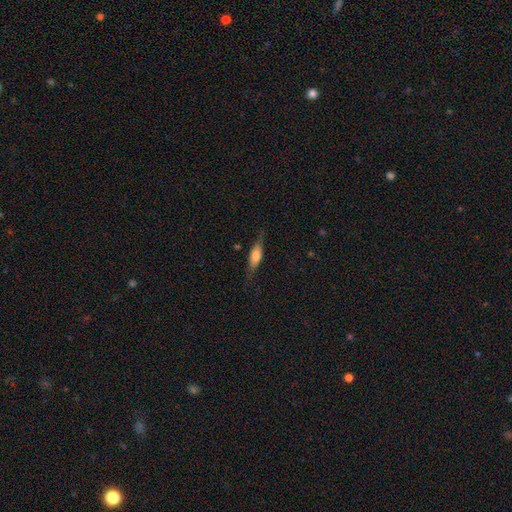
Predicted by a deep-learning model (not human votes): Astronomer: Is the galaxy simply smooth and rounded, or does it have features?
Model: smooth — 61%.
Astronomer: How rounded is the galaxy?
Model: in between — 51% (runner-up: cigar-shaped, 46%).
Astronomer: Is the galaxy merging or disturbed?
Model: none — 74%.